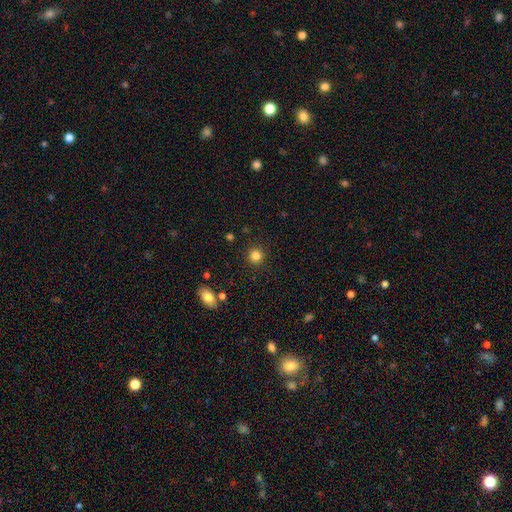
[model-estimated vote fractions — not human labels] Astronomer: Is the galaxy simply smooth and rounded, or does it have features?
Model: smooth — 83%.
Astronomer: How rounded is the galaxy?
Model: round — 93%.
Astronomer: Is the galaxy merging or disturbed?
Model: none — 90%.